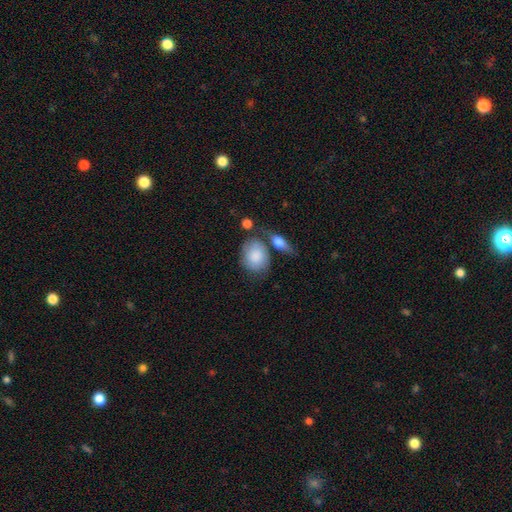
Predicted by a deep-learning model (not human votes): Smooth or featured? smooth (80%)
How rounded? in between (54%)
Merging? none (53%)